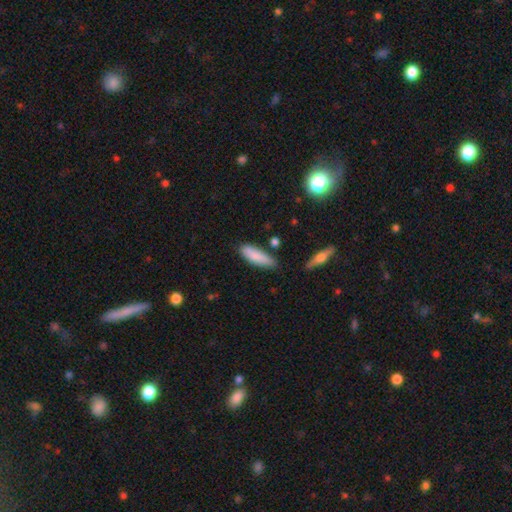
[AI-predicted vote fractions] This is clearly a smooth galaxy (84%). How rounded: possibly in between (50%). Merging: likely none (73%).